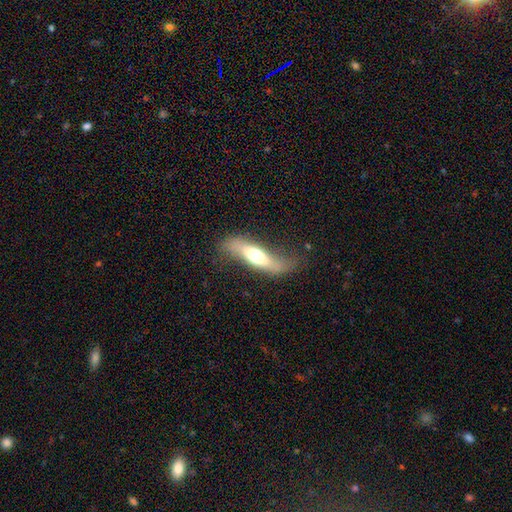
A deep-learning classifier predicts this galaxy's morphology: Smooth or featured? Predicted: featured or disk (p=0.58). Edge-on disk? Predicted: no (p=0.56). Merging? Predicted: none (p=0.59).